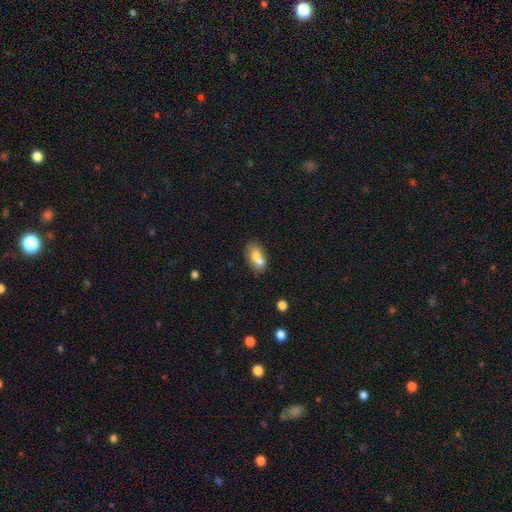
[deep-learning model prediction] smooth_or_featured: smooth (p=0.67) [alt: featured or disk p=0.24]
how_rounded: in between (p=0.77) [alt: round p=0.19]
merging: merger (p=0.57) [alt: none p=0.29]